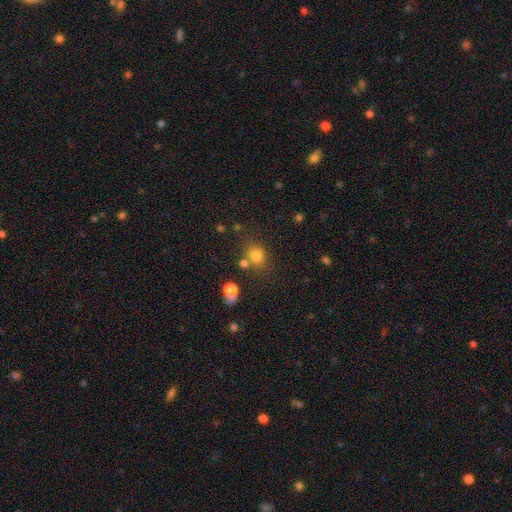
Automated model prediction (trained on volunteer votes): smooth_or_featured: smooth (p=0.79) [alt: star or artifact p=0.14]
how_rounded: round (p=0.63) [alt: in between p=0.36]
merging: none (p=0.65) [alt: merger p=0.15]